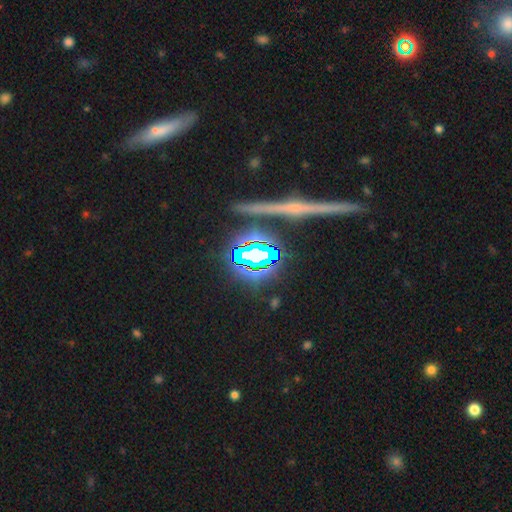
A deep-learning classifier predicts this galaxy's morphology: Smooth or featured? star or artifact (67%)